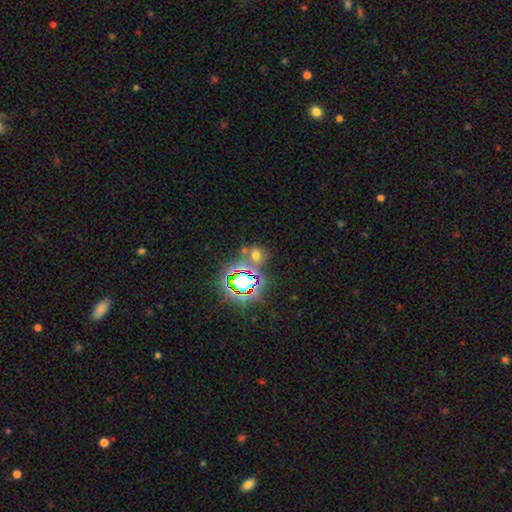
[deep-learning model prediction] Smooth or featured? star or artifact (47%)